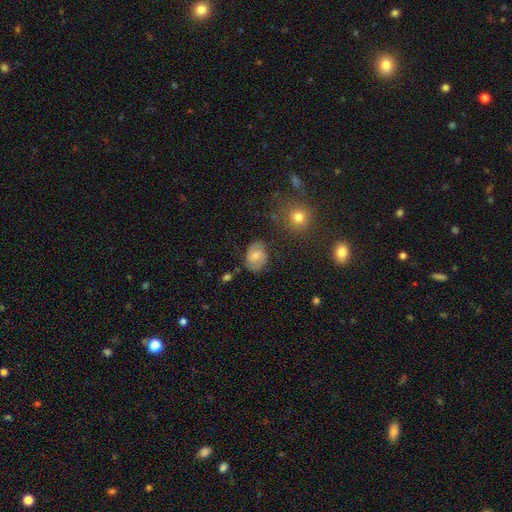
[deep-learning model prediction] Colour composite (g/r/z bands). It shows a smooth galaxy with no disk features (49%). Merging: none (76%).